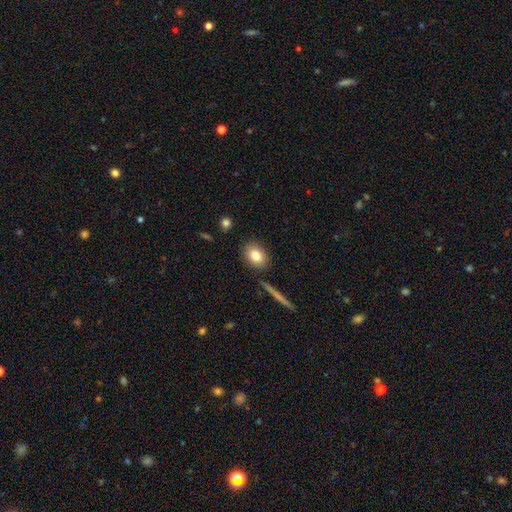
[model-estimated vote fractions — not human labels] A smooth galaxy with no disk features (81%) that is in between round and cigar-shaped (71%).

Vote fractions:
- Smooth or featured? smooth: 81% / featured or disk: 11% / star or artifact: 8%
- How rounded? in between: 71% / round: 26% / cigar-shaped: 2%
- Merging? none: 86% / minor disturbance: 9% / merger: 3% / major disturbance: 2%